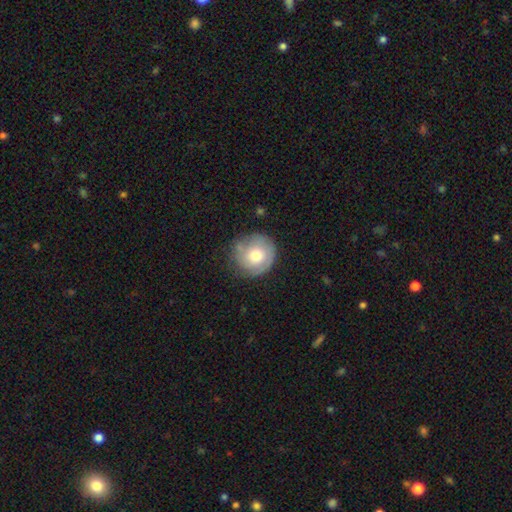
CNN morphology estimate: Overall: smooth (62%; featured or disk 31%). How rounded: round (90%). Merging: none (68%).